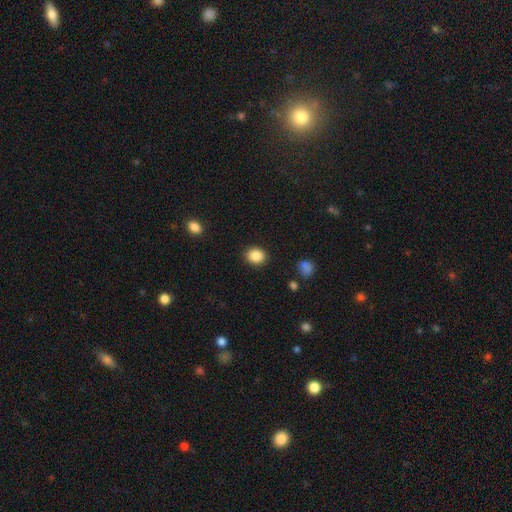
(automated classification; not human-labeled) smooth-or-featured: smooth: 88% | star or artifact: 9% | featured or disk: 4%
  how-rounded: round: 61% | in between: 38% | cigar-shaped: 1%
  merging: none: 89% | minor disturbance: 8% | major disturbance: 3% | merger: 1%